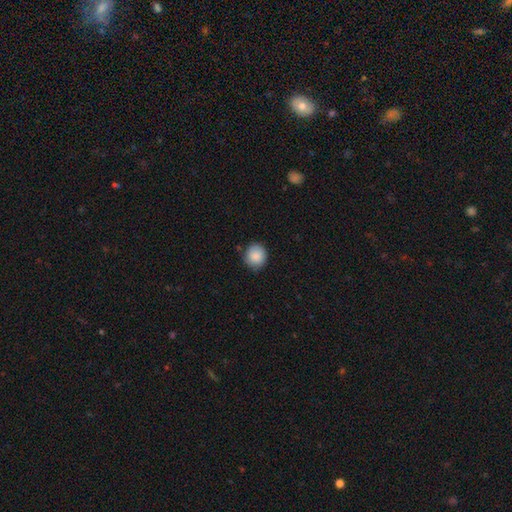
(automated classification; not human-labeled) A smooth galaxy with no disk features (87%) that is round (88%). Merging: none (84%).